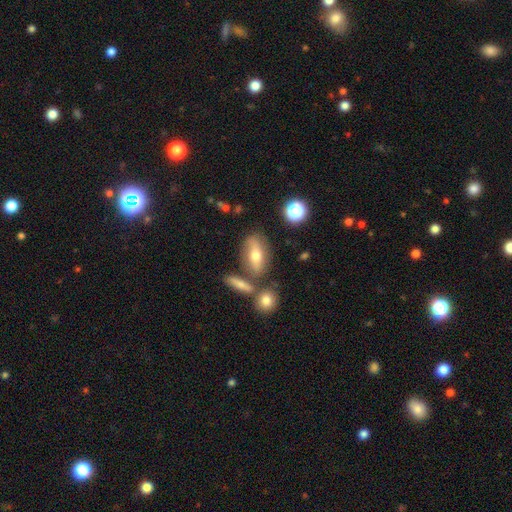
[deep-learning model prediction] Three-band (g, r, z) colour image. It shows a smooth galaxy with no disk features (55%) that is in between round and cigar-shaped (72%). Merging: none (61%).